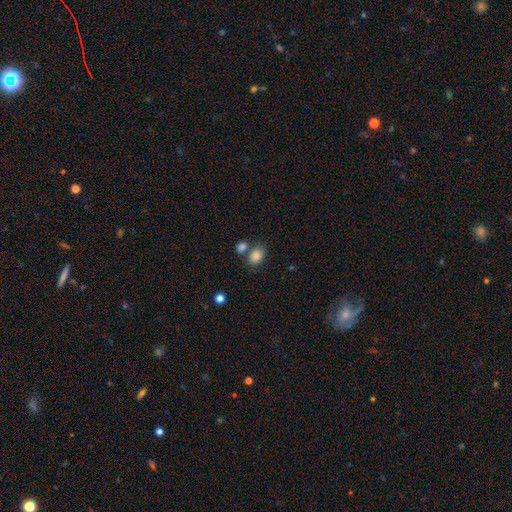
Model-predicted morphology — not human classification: Smooth or featured? Predicted: smooth (p=0.85). How rounded? Predicted: in between (p=0.71). Merging? Predicted: none (p=0.52).